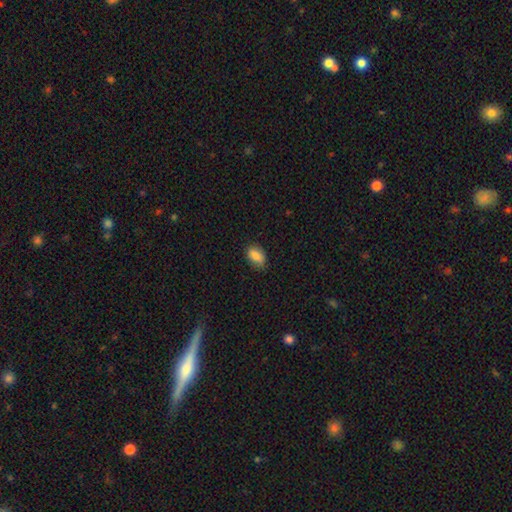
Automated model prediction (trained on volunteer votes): smooth_or_featured: smooth (p=0.82) [alt: featured or disk p=0.10]
how_rounded: in between (p=0.86) [alt: round p=0.12]
merging: none (p=0.81) [alt: minor disturbance p=0.15]